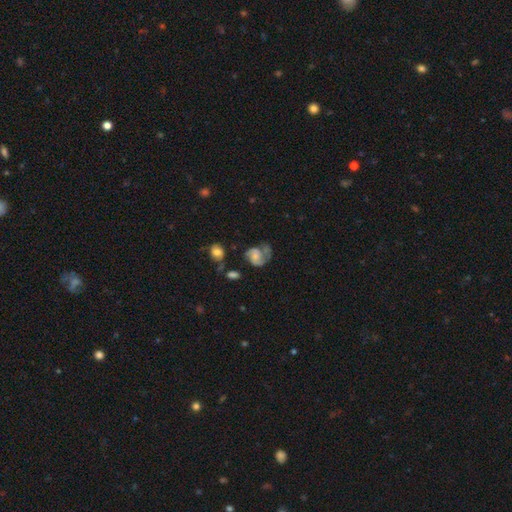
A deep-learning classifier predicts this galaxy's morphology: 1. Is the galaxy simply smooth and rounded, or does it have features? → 73% featured or disk, 19% smooth, 7% star or artifact.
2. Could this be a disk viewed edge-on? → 98% no, 2% yes.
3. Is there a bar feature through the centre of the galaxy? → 62% no, 32% weak, 7% strong.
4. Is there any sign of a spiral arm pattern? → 93% yes, 7% no.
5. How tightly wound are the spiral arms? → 48% medium, 30% tight, 22% loose.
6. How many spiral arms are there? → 73% 2, 14% 1, 7% can't tell, 3% 3, 1% 4, 1% more than 4.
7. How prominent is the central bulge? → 36% small, 33% none, 23% moderate, 7% large, 2% dominant.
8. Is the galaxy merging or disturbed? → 46% none, 24% minor disturbance, 24% major disturbance, 6% merger.